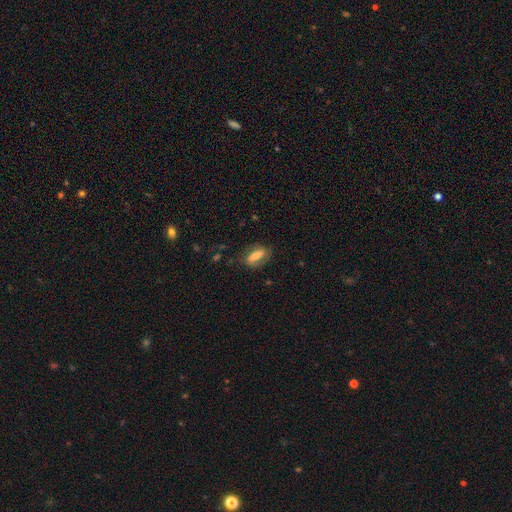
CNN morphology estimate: smooth 62%, featured or disk 30%, star or artifact 8%. Down the decision tree: how rounded — in between (71%); merging — none (75%).